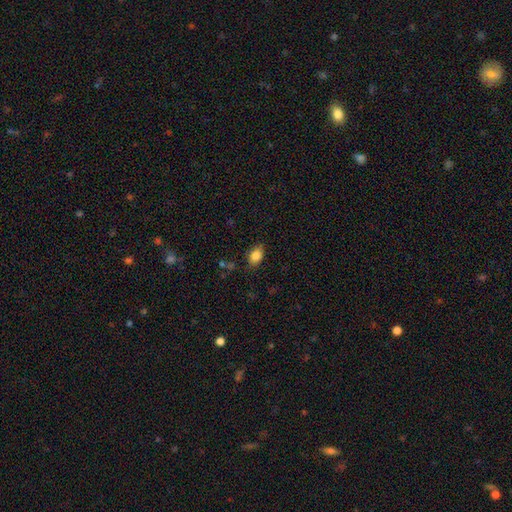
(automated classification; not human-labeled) smooth 84%, star or artifact 9%, featured or disk 7%. Down the decision tree: how rounded — in between (83%); merging — none (80%).